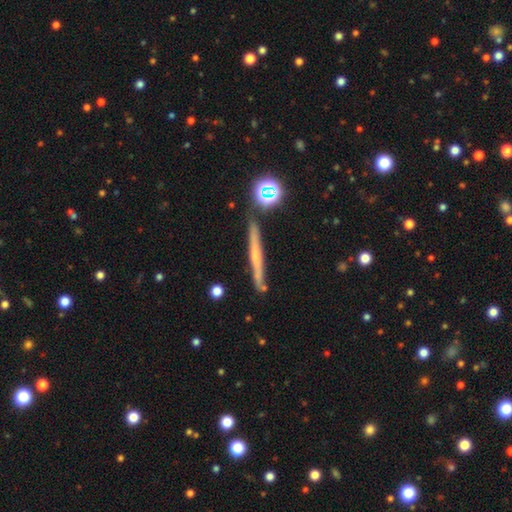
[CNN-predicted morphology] featured or disk 52%, smooth 38%, star or artifact 10%. Down the decision tree: edge-on disk — yes (95%); merging — none (83%).